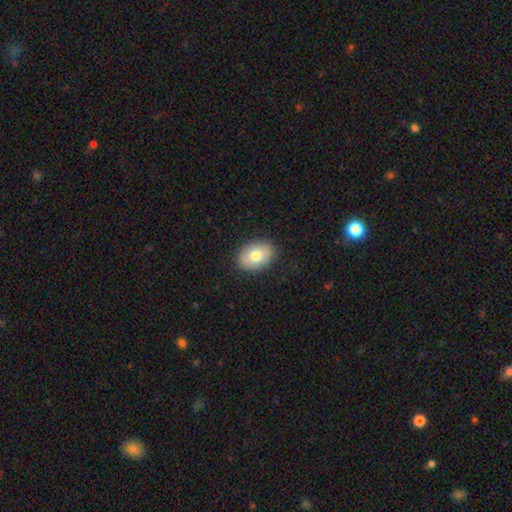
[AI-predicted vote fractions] Smooth or featured: smooth — 78% (featured or disk — 15%)
How rounded: in between — 79% (round — 20%)
Merging: none — 88% (minor disturbance — 9%)